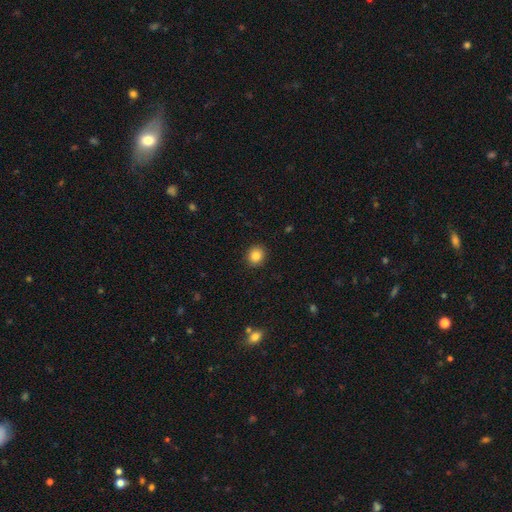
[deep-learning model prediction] This appears to be a smooth galaxy with no disk features (84%) that is round (83%). Merging: none (92%).